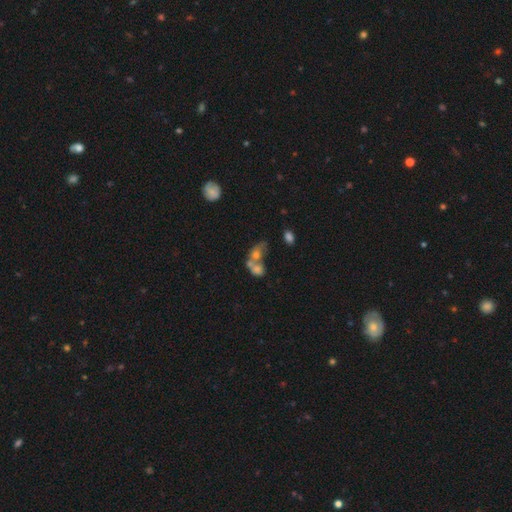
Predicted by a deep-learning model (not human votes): The model was most divided on "smooth or featured": smooth: 48%, featured or disk: 32%, star or artifact: 21%. More confident: merging — merger (63%).